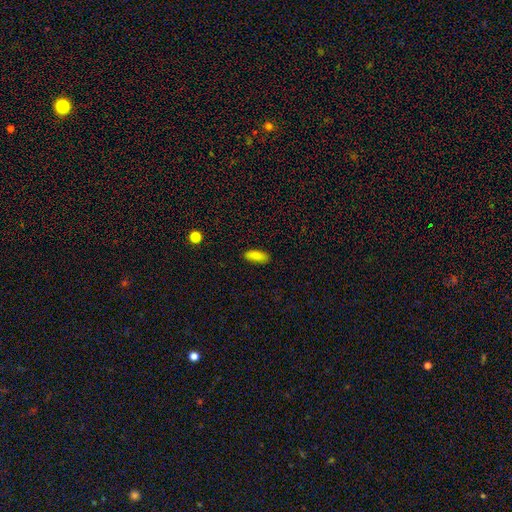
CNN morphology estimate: smooth 88%, star or artifact 8%, featured or disk 4%. Down the decision tree: how rounded — in between (74%); merging — none (87%).